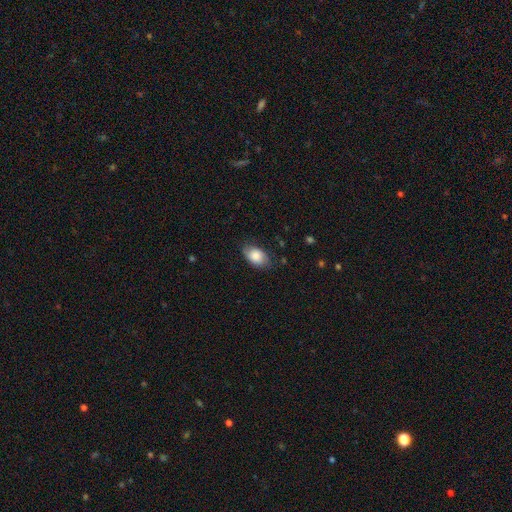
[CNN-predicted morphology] A smooth galaxy with no disk features (79%) that is in between round and cigar-shaped (89%). Merging: none (73%).